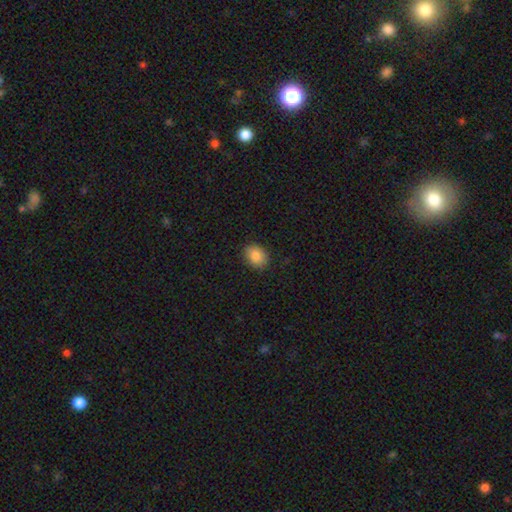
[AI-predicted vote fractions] smooth 87%, star or artifact 8%, featured or disk 5%. Down the decision tree: how rounded — in between (59%); merging — none (88%).